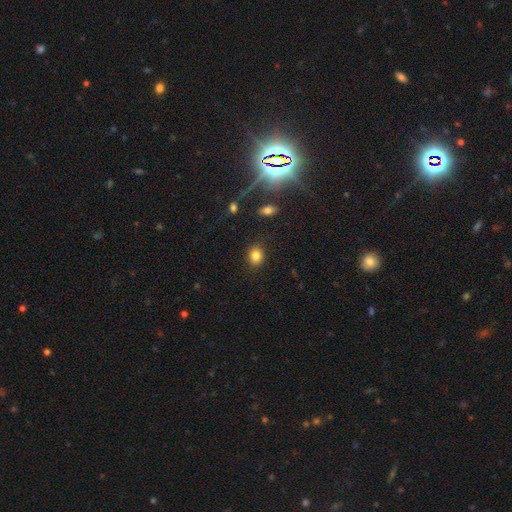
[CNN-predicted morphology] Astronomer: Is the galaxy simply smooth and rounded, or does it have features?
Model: smooth — 82%.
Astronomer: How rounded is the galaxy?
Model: round — 57% (runner-up: in between, 42%).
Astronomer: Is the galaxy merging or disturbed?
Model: none — 87%.